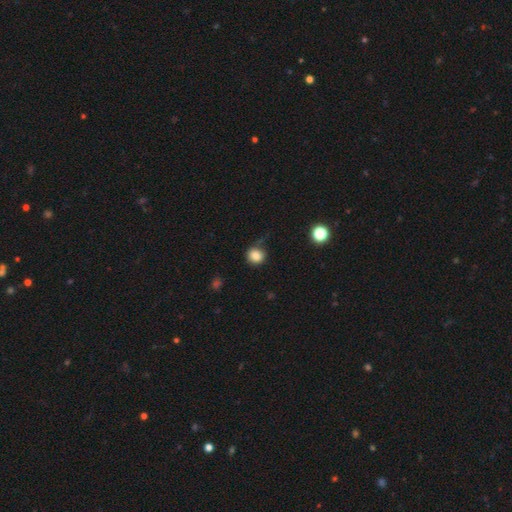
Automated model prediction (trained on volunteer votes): smooth-or-featured: smooth: 84% | star or artifact: 11% | featured or disk: 5%
  how-rounded: round: 87% | in between: 12% | cigar-shaped: 1%
  merging: none: 71% | minor disturbance: 19% | major disturbance: 7% | merger: 3%